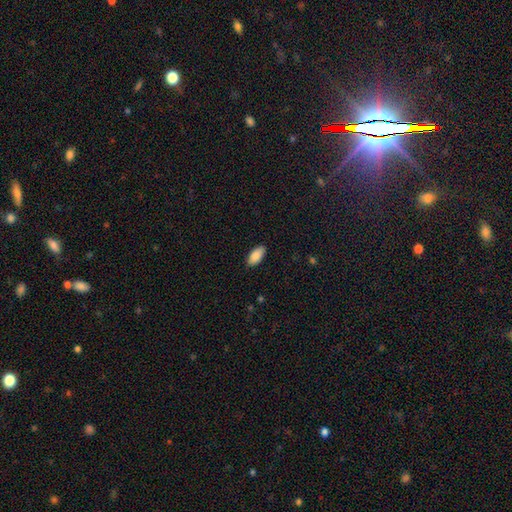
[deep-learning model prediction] smooth 89%, star or artifact 6%, featured or disk 5%. Down the decision tree: how rounded — in between (93%); merging — none (88%).